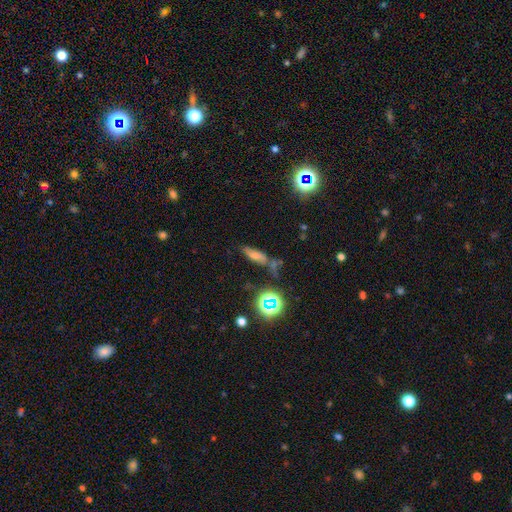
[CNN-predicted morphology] Smooth or featured: smooth — 55% (star or artifact — 25%)
How rounded: in between — 46% (cigar-shaped — 45%)
Merging: none — 51% (minor disturbance — 20%)